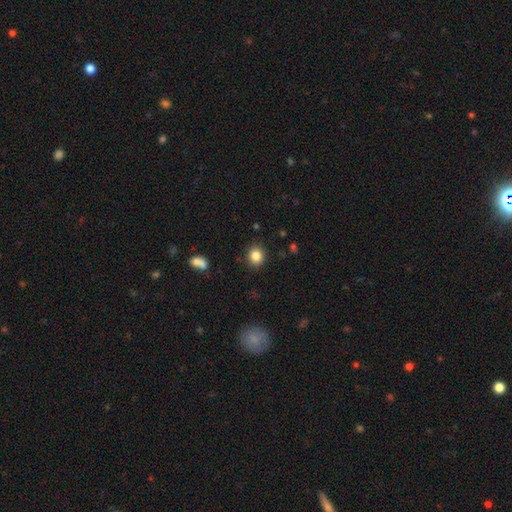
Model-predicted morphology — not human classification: Smooth or featured?
  - smooth: 84% *
  - star or artifact: 10%
  - featured or disk: 6%
How rounded?
  - round: 79% *
  - in between: 20%
  - cigar-shaped: 1%
Merging?
  - none: 88% *
  - minor disturbance: 8%
  - major disturbance: 2%
  - merger: 2%